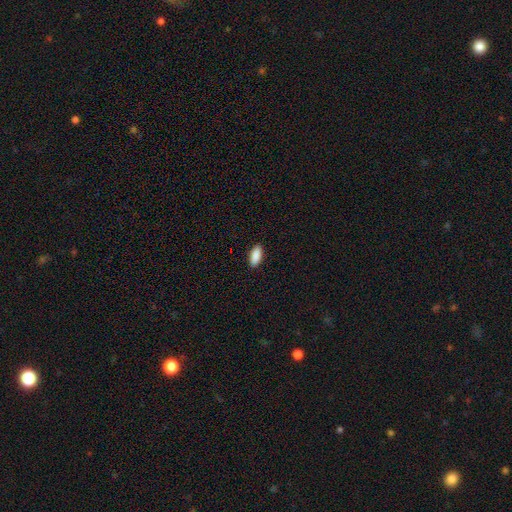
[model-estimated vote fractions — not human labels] Smooth or featured: smooth — 90% (star or artifact — 6%)
How rounded: in between — 86% (cigar-shaped — 12%)
Merging: none — 90% (minor disturbance — 7%)